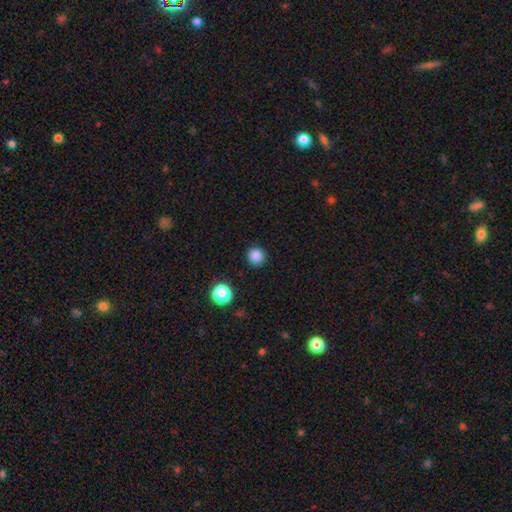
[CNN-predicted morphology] Smooth or featured? smooth (85%)
How rounded? round (94%)
Merging? none (91%)